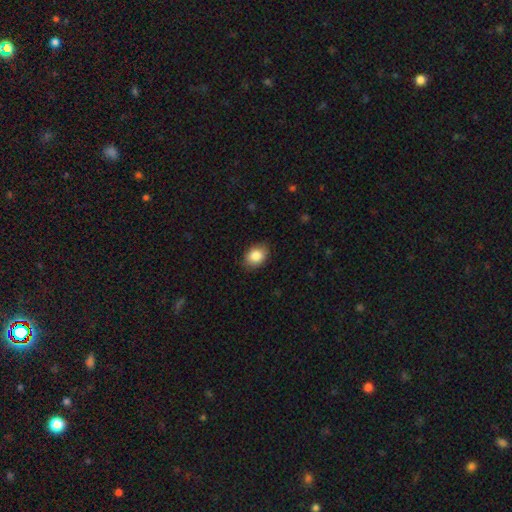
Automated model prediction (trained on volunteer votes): Smooth or featured: smooth — 87% (star or artifact — 8%)
How rounded: in between — 73% (round — 26%)
Merging: none — 86% (minor disturbance — 11%)